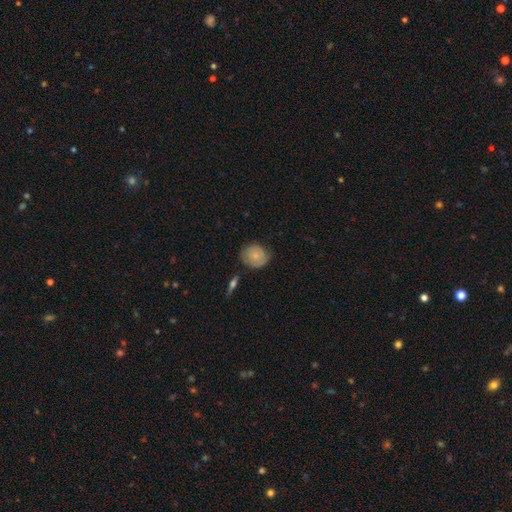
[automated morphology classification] Overall: smooth (63%; featured or disk 30%). How rounded: round (73%). Merging: none (67%).